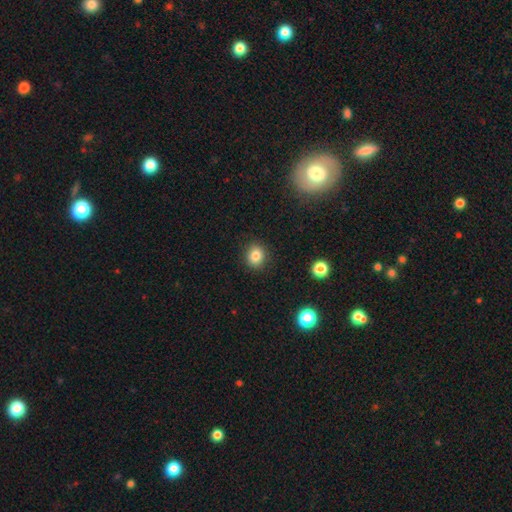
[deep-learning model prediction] Smooth or featured: smooth — 82% (star or artifact — 11%)
How rounded: round — 71% (in between — 28%)
Merging: none — 89% (minor disturbance — 8%)